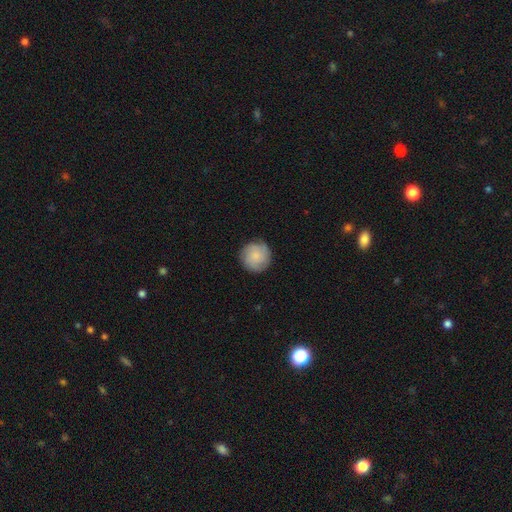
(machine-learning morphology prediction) Overall: smooth (68%). How rounded: round (94%). Merging: none (84%).